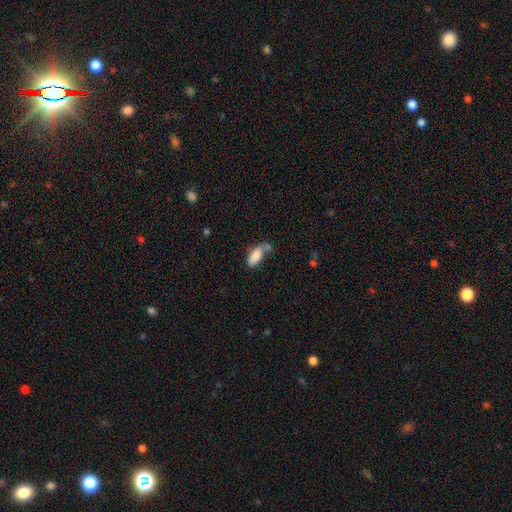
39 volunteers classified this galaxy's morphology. smooth 95%, featured or disk 3%, star or artifact 3%. Down the decision tree: how rounded — in between (81%); merging — merger (39%).